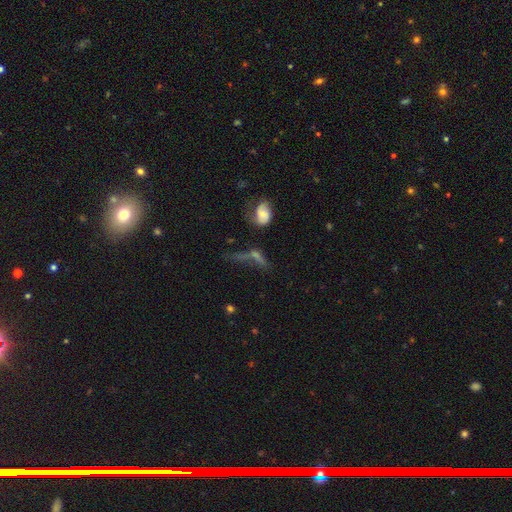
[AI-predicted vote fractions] Q: Smooth or featured?
A: featured or disk (39%); tied with: smooth (39%)
Q: Merging?
A: none (33%); runner-up: major disturbance (30%)